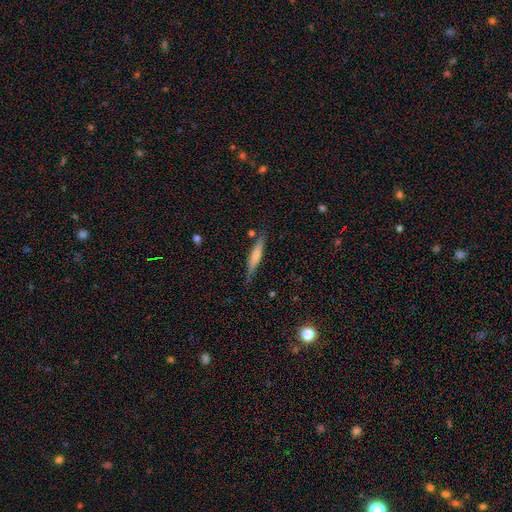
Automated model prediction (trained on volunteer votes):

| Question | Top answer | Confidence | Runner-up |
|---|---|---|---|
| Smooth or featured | smooth | 58% | featured or disk (36%) |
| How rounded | cigar-shaped | 90% | in between (8%) |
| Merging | none | 79% | minor disturbance (15%) |